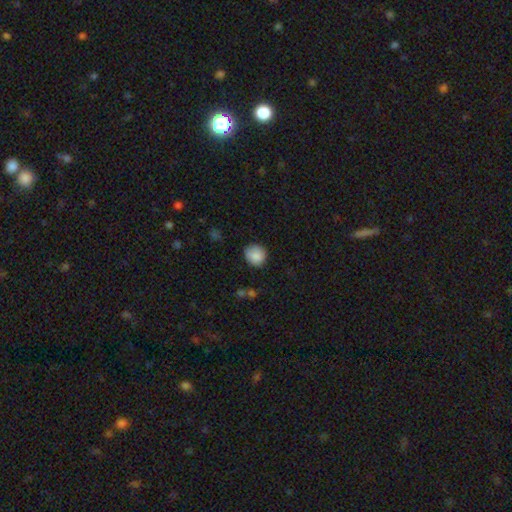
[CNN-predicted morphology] smooth_or_featured: smooth (p=0.87) [alt: star or artifact p=0.08]
how_rounded: round (p=0.90) [alt: in between p=0.09]
merging: none (p=0.82) [alt: minor disturbance p=0.14]